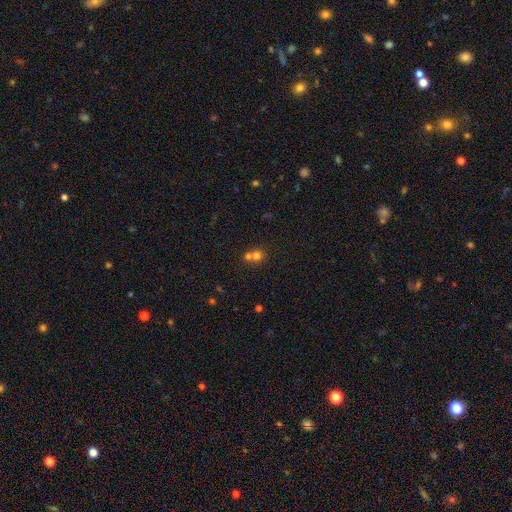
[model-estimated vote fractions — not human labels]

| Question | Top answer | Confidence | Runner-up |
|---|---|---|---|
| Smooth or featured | smooth | 70% | star or artifact (17%) |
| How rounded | round | 85% | in between (14%) |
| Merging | merger | 55% | none (39%) |